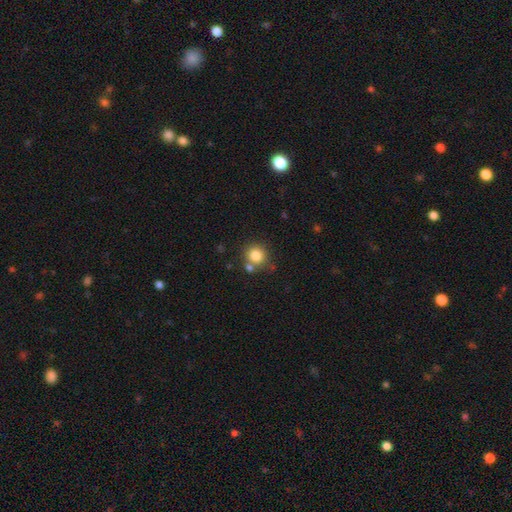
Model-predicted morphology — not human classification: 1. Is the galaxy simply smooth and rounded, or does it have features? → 83% smooth, 11% star or artifact, 6% featured or disk.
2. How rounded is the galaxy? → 90% round, 9% in between, 1% cigar-shaped.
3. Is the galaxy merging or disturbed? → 72% none, 15% merger, 10% minor disturbance, 3% major disturbance.